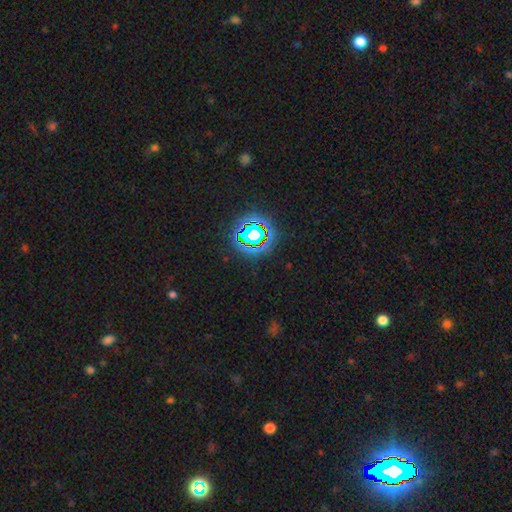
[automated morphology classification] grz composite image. It shows a star or artifact, not a galaxy (81%).